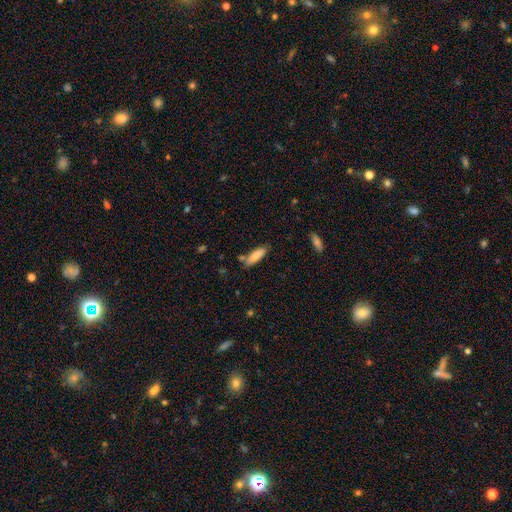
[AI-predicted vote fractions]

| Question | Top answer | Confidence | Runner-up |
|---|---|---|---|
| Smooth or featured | smooth | 83% | featured or disk (11%) |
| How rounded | in between | 50% | cigar-shaped (49%) |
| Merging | none | 75% | minor disturbance (16%) |